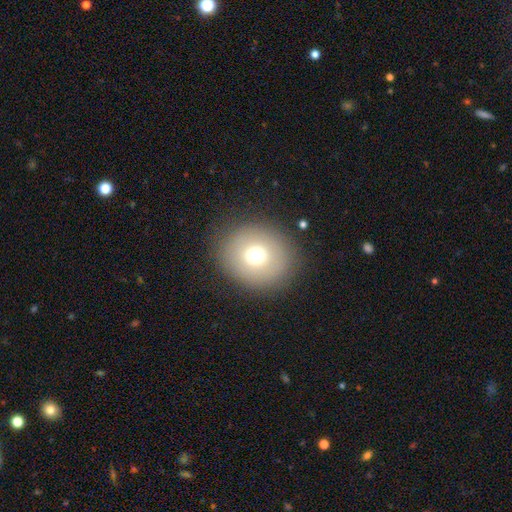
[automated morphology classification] This appears to be a smooth galaxy with no disk features (70%) that is round (84%). Merging: none (86%).